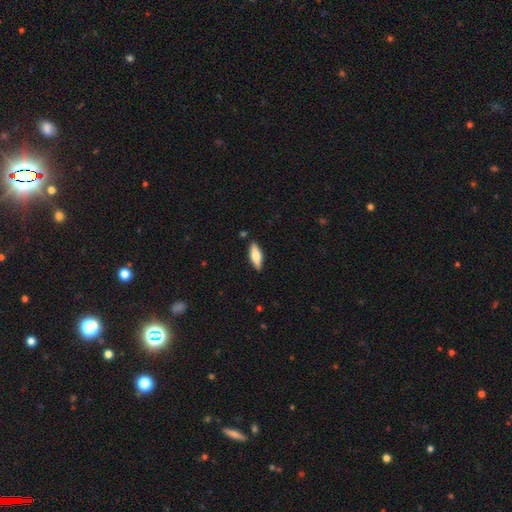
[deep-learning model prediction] Smooth or featured?
  - smooth: 68% *
  - featured or disk: 26%
  - star or artifact: 6%
How rounded?
  - in between: 60% *
  - cigar-shaped: 38%
  - round: 2%
Merging?
  - none: 87% *
  - minor disturbance: 9%
  - major disturbance: 2%
  - merger: 1%